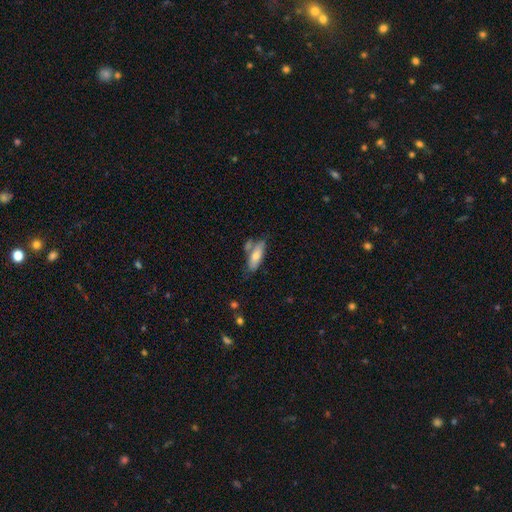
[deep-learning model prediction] Morphology: type=smooth (68%); roundness=in between (66%); merging=none (53%).